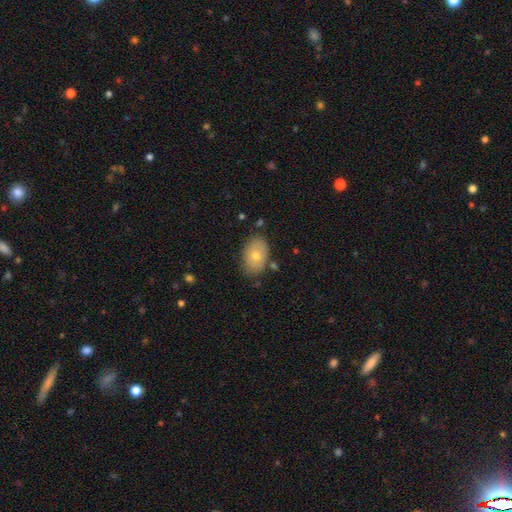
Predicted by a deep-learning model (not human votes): Smooth or featured? Predicted: smooth (p=0.67). How rounded? Predicted: in between (p=0.87). Merging? Predicted: none (p=0.80).